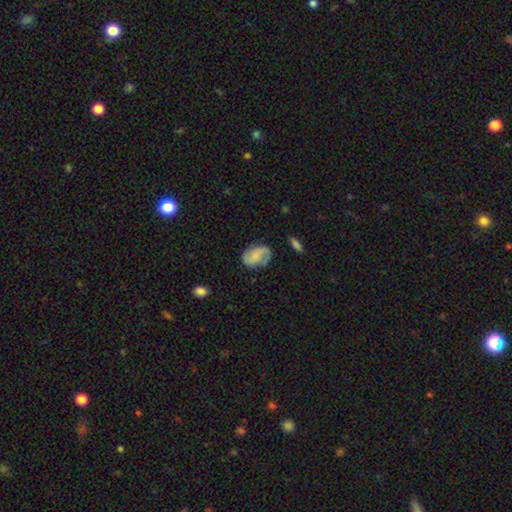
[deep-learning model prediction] The model was most divided on "spiral winding": medium: 42%, loose: 38%, tight: 20%. Remaining: edge-on disk — no (97%); spiral arms — yes (92%); spiral arm count — 2 (87%); merging — none (73%); smooth or featured — featured or disk (59%); bar — no (50%); bulge size — none (40%).